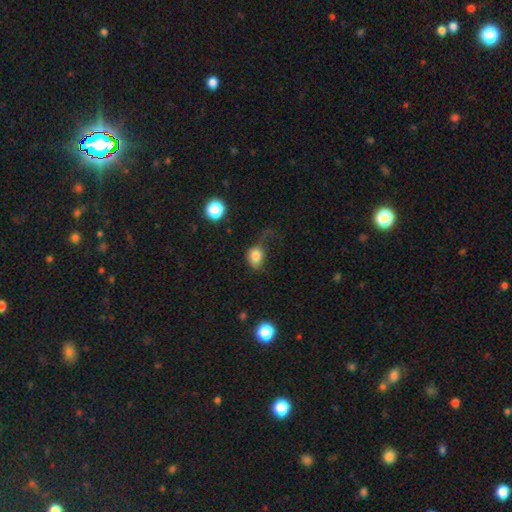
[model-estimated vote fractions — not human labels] Smooth or featured? smooth (80%)
How rounded? in between (54%)
Merging? major disturbance (39%)